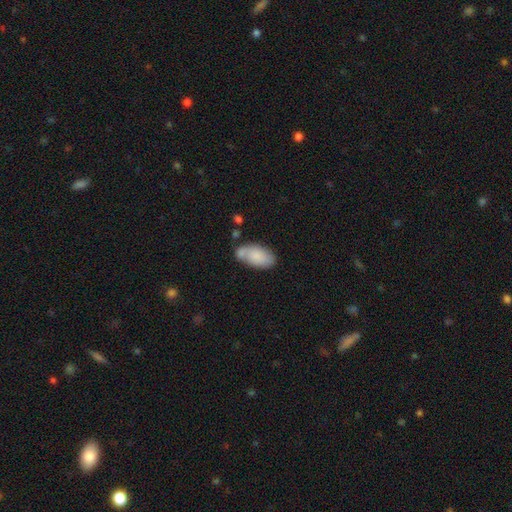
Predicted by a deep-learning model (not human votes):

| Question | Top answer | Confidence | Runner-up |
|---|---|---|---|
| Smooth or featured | smooth | 80% | featured or disk (14%) |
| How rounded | in between | 93% | cigar-shaped (3%) |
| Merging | none | 48% | merger (24%) |